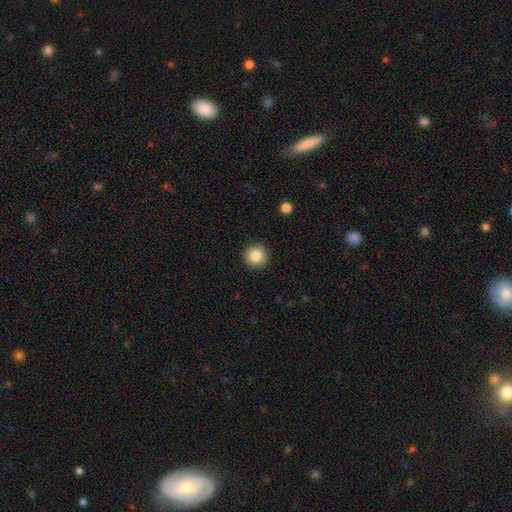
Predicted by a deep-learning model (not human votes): Overall: smooth (86%). How rounded: round (95%). Merging: none (92%).